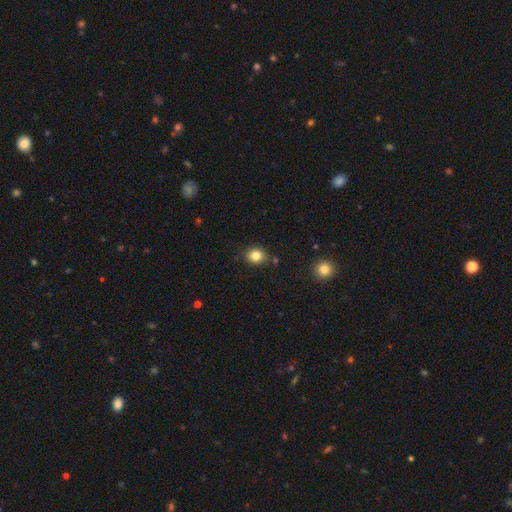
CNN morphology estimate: Q: Smooth or featured?
A: smooth (84%); runner-up: star or artifact (11%)
Q: How rounded?
A: round (69%); runner-up: in between (30%)
Q: Merging?
A: none (82%); runner-up: minor disturbance (11%)